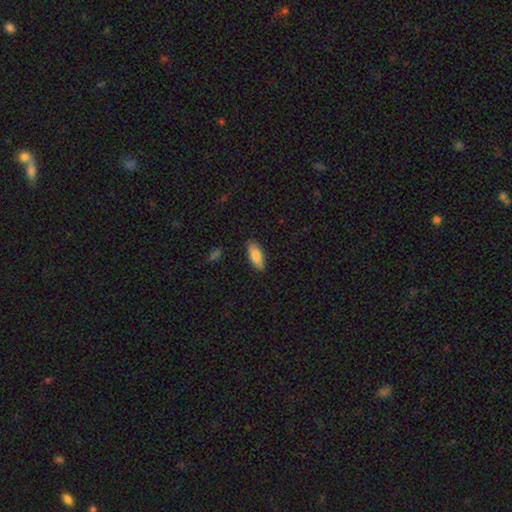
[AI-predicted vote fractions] A smooth galaxy with no disk features (83%) that is in between round and cigar-shaped (75%).

Vote fractions:
- Smooth or featured? smooth: 83% / featured or disk: 11% / star or artifact: 6%
- How rounded? in between: 75% / cigar-shaped: 23% / round: 2%
- Merging? none: 87% / minor disturbance: 10% / major disturbance: 2% / merger: 1%